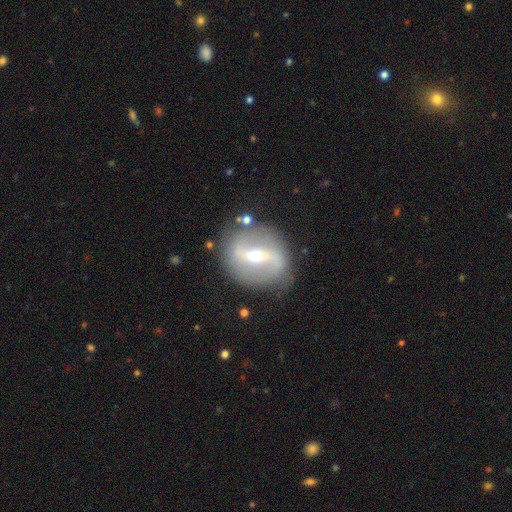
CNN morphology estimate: Smooth or featured? featured or disk (77%)
Edge-on disk? no (90%)
Bar? strong (64%)
Spiral arms? yes (56%)
Bulge size? moderate (54%)
Merging? none (82%)